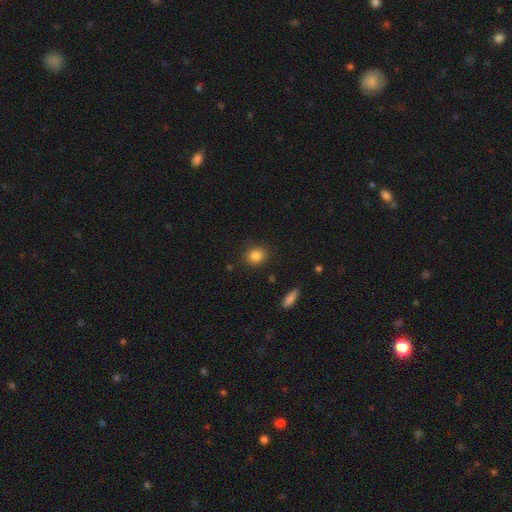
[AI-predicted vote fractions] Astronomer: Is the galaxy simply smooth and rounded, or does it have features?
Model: smooth — 85%.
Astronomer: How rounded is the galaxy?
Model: round — 70%.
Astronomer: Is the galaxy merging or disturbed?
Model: none — 86%.